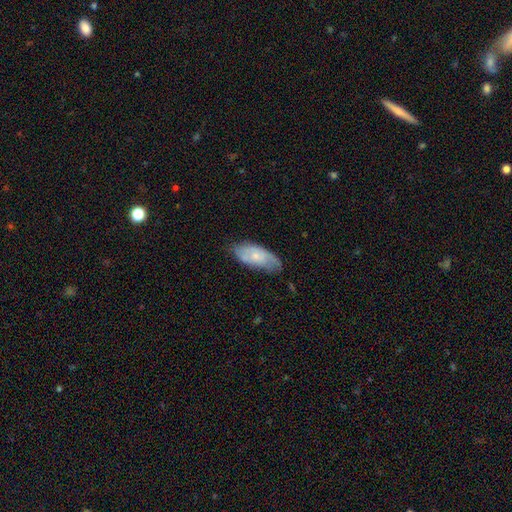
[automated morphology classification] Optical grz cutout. It shows a smooth galaxy with no disk features (56%) that is in between round and cigar-shaped (87%). Merging: none (62%).